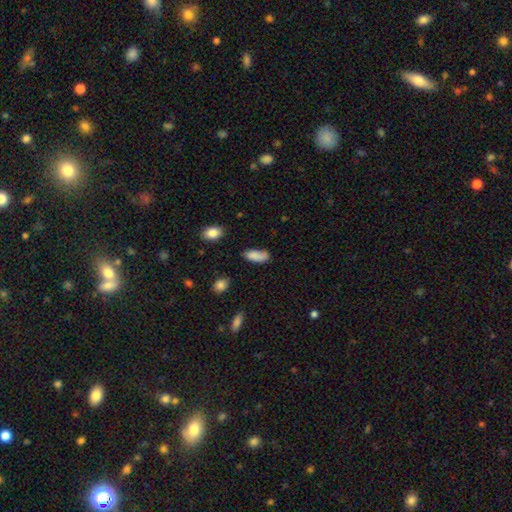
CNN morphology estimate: This appears to be a smooth galaxy with no disk features (84%) that is in between round and cigar-shaped (82%). Merging: none (61%).